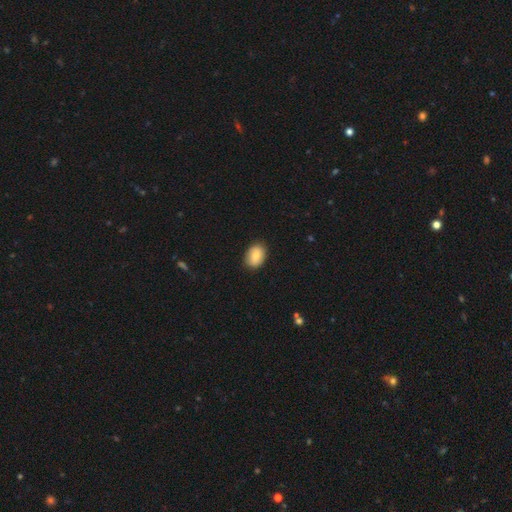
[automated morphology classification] This appears to be a smooth galaxy with no disk features (81%) that is in between round and cigar-shaped (79%). Merging: none (85%).